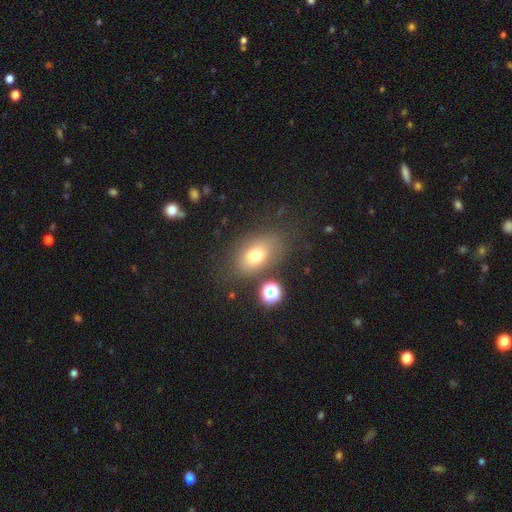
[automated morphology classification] A smooth galaxy with no disk features (72%) that is in between round and cigar-shaped (82%). Merging: none (71%).